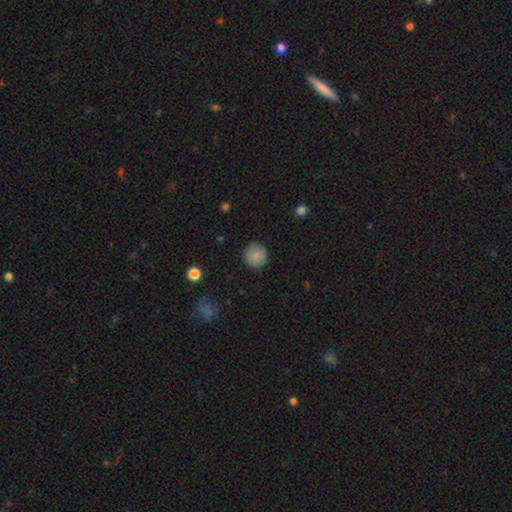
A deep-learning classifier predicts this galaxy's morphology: smooth-or-featured: smooth: 86% | star or artifact: 8% | featured or disk: 6%
  how-rounded: round: 92% | in between: 7% | cigar-shaped: 1%
  merging: none: 86% | minor disturbance: 10% | major disturbance: 3% | merger: 1%